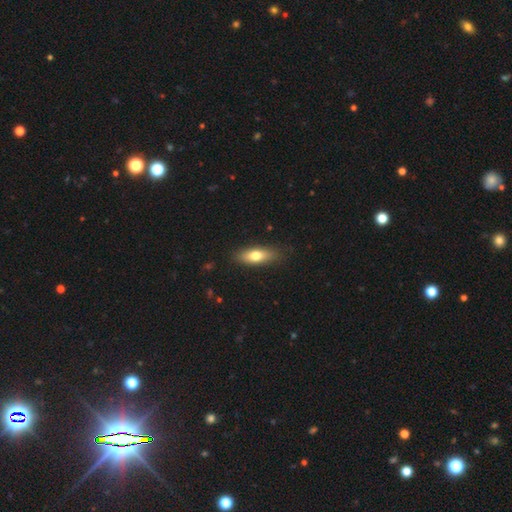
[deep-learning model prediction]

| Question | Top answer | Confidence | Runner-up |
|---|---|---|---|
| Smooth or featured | smooth | 70% | featured or disk (23%) |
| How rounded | in between | 65% | cigar-shaped (32%) |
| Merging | none | 83% | minor disturbance (13%) |